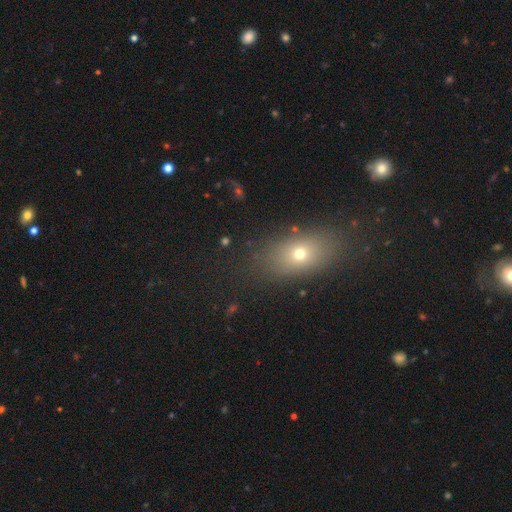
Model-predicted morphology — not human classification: Smooth or featured? Predicted: smooth (p=0.59). How rounded? Predicted: in between (p=0.71). Merging? Predicted: none (p=0.84).